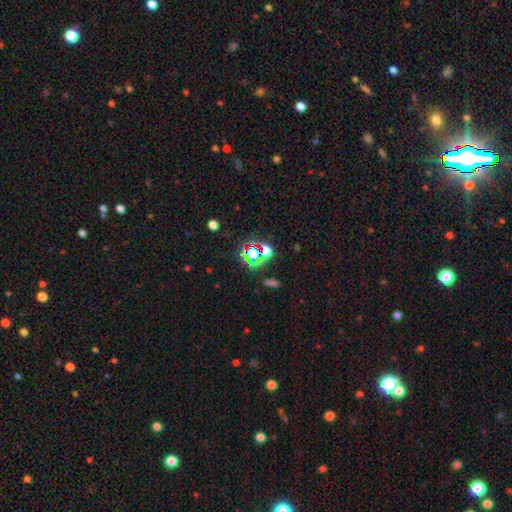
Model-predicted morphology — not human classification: type=star or artifact (61%).